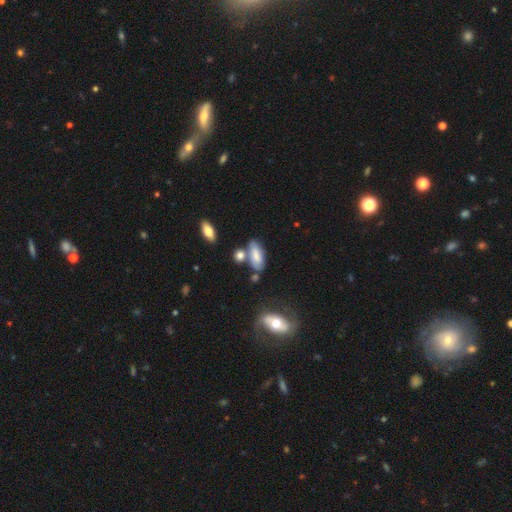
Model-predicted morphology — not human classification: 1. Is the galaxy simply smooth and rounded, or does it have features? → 74% smooth, 18% featured or disk, 8% star or artifact.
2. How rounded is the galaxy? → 83% in between, 14% cigar-shaped, 3% round.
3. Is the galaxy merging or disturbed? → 56% none, 20% minor disturbance, 17% merger, 7% major disturbance.